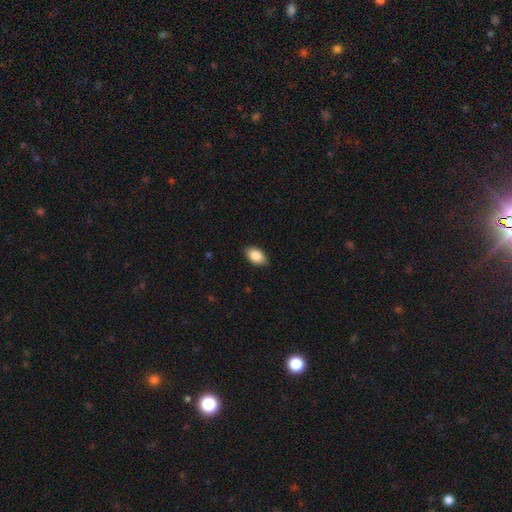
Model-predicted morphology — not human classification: This is clearly a smooth galaxy (88%). How rounded: clearly in between (92%). Merging: clearly none (86%).